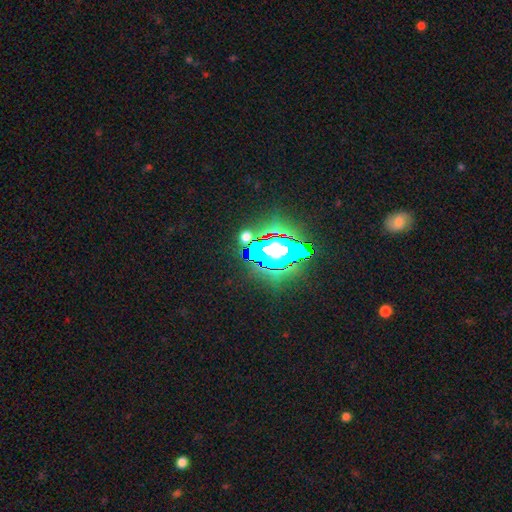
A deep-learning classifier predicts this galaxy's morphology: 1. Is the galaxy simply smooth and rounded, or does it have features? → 72% star or artifact, 16% featured or disk, 13% smooth.